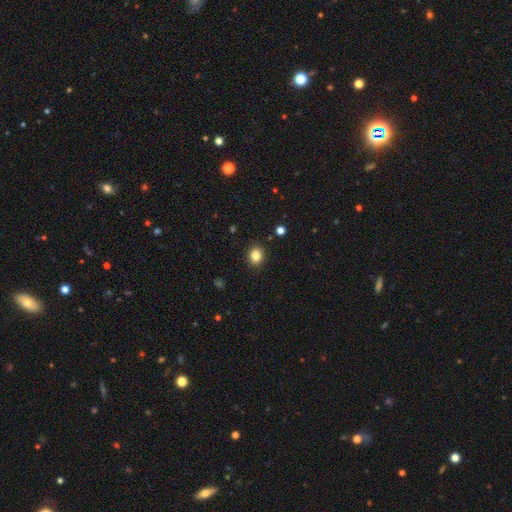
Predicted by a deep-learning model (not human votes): This appears to be a smooth galaxy with no disk features (84%) that is round (67%). Merging: none (91%).